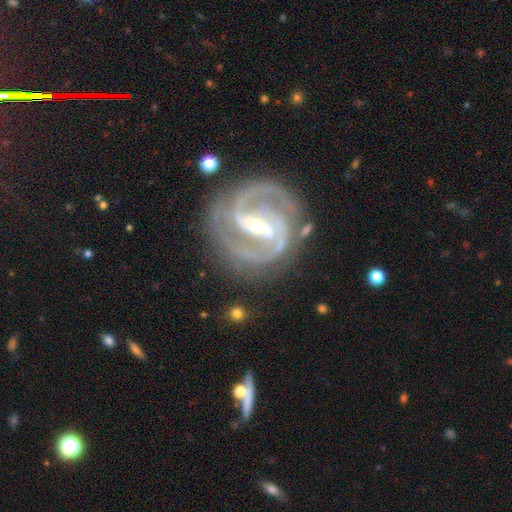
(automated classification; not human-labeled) Smooth or featured? featured or disk (92%)
Edge-on disk? no (97%)
Bar? strong (65%)
Spiral arms? yes (98%)
Spiral winding? tight (58%)
Spiral arm count? 2 (83%)
Bulge size? small (58%)
Merging? none (80%)